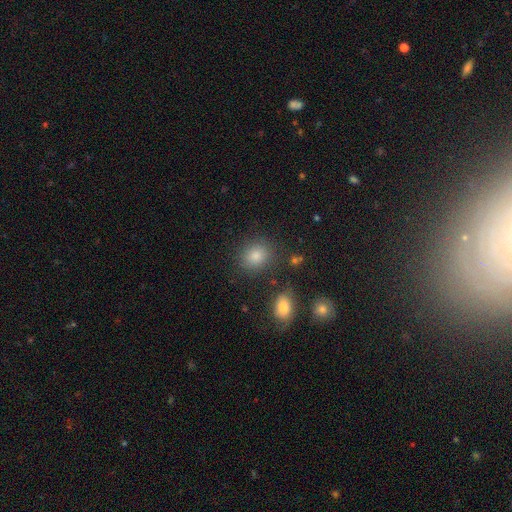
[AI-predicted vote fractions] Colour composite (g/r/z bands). It shows a smooth galaxy with no disk features (80%) that is round (70%). Merging: none (83%).